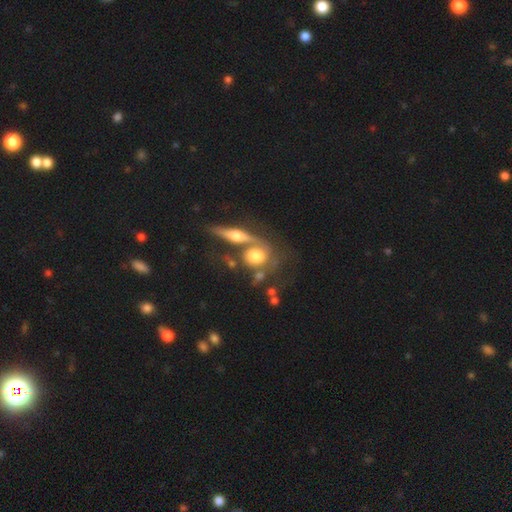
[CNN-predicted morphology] This appears to be a smooth galaxy with no disk features (51%) that is round (57%). Merging: merger (40%).